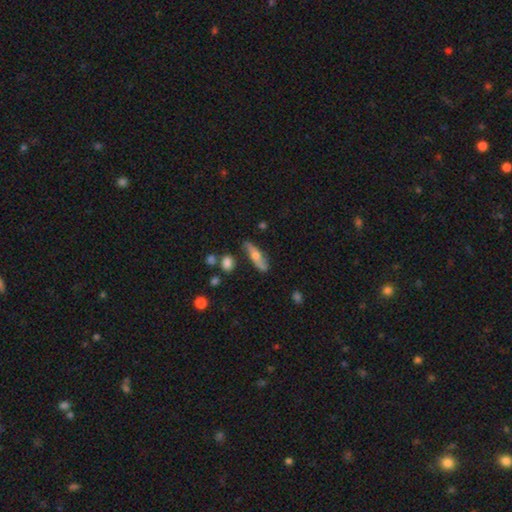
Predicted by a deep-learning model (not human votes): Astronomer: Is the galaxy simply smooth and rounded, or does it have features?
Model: featured or disk — 47% (runner-up: smooth, 46%).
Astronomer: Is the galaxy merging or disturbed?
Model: none — 73%.